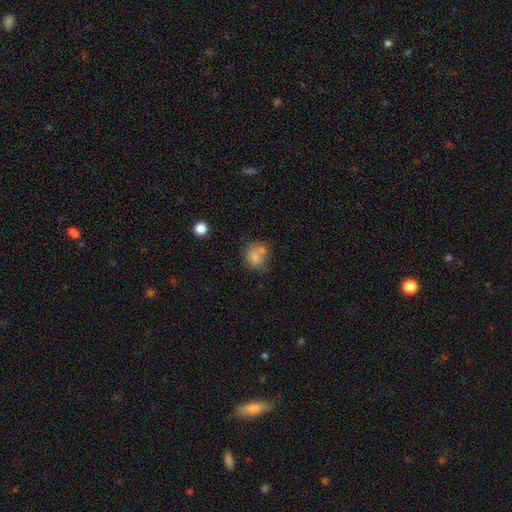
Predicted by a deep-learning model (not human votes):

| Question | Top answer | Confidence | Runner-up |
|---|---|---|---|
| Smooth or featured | smooth | 76% | featured or disk (14%) |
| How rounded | round | 63% | in between (36%) |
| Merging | none | 41% | merger (32%) |